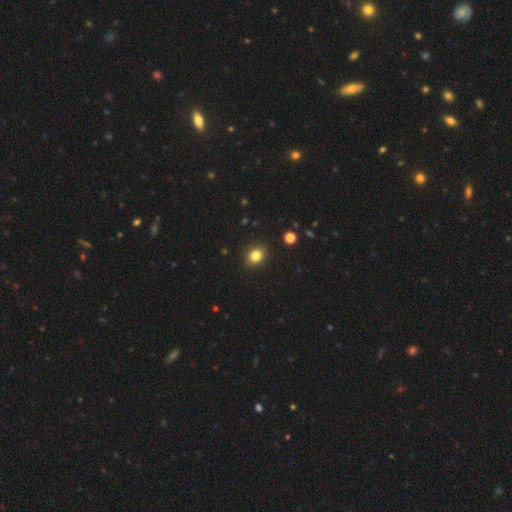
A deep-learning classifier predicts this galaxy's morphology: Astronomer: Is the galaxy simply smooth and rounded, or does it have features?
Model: smooth — 83%.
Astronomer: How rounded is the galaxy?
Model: round — 56% (runner-up: in between, 43%).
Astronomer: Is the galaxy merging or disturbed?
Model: none — 90%.